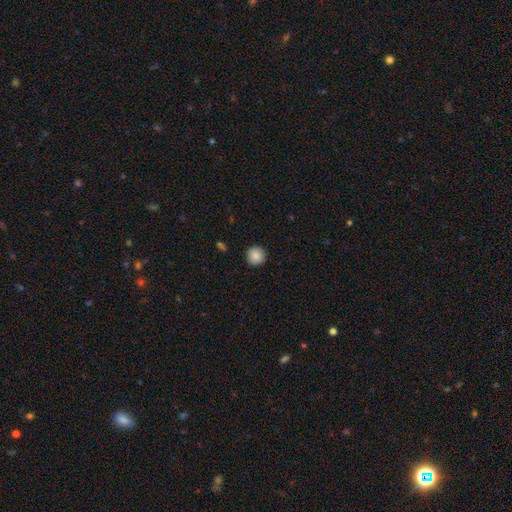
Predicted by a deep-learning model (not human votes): smooth 87%, star or artifact 8%, featured or disk 5%. Down the decision tree: how rounded — round (95%); merging — none (92%).